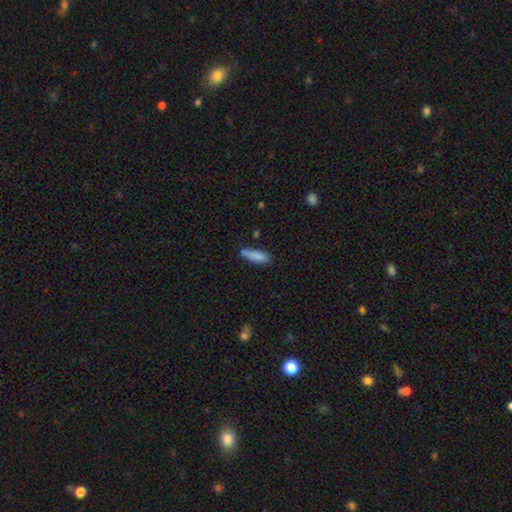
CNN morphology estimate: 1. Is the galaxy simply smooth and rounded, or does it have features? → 85% smooth, 7% star or artifact, 7% featured or disk.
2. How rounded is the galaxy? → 52% cigar-shaped, 46% in between, 2% round.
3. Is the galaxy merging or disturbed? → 65% none, 23% minor disturbance, 7% merger, 5% major disturbance.